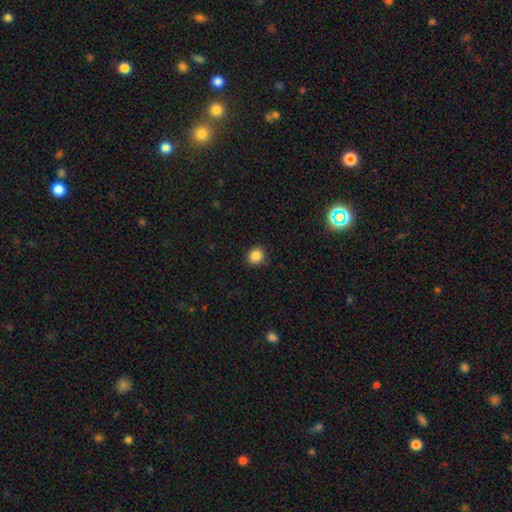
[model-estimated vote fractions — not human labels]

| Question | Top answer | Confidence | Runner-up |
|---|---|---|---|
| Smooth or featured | smooth | 86% | star or artifact (11%) |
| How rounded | round | 87% | in between (12%) |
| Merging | none | 88% | minor disturbance (8%) |